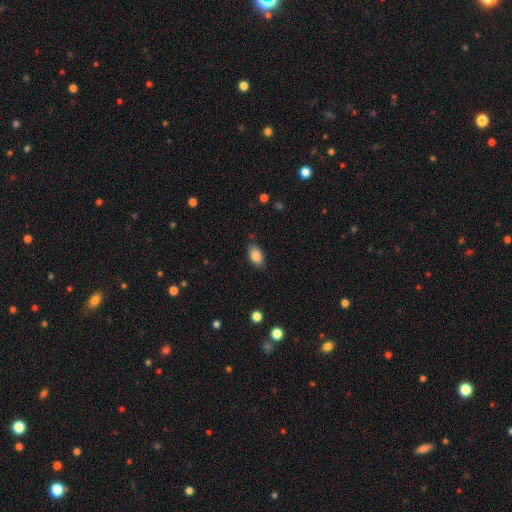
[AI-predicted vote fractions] smooth-or-featured: smooth: 86% | star or artifact: 8% | featured or disk: 7%
  how-rounded: in between: 90% | round: 8% | cigar-shaped: 2%
  merging: none: 84% | minor disturbance: 12% | major disturbance: 3% | merger: 1%